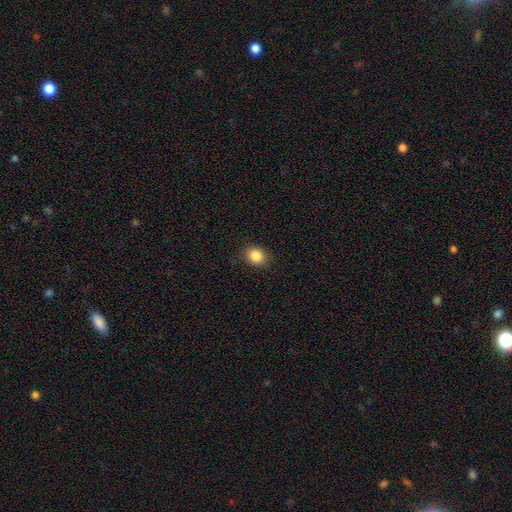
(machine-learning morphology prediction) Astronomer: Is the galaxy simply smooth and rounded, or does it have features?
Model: smooth — 86%.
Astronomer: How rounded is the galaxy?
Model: round — 63%.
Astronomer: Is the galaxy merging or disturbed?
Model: none — 85%.